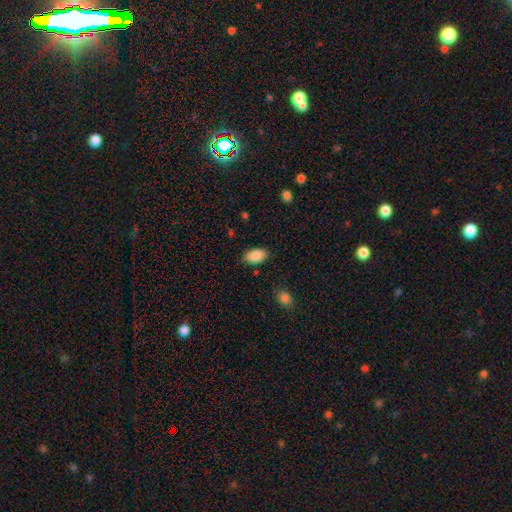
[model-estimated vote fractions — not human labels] Q: Smooth or featured?
A: smooth (87%); runner-up: star or artifact (7%)
Q: How rounded?
A: in between (93%); runner-up: round (6%)
Q: Merging?
A: none (84%); runner-up: minor disturbance (12%)